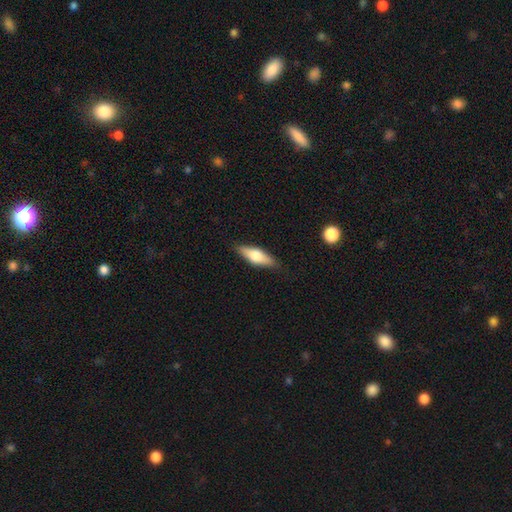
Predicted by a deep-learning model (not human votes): A smooth galaxy with no disk features (59%) that is in between round and cigar-shaped (55%).

Vote fractions:
- Smooth or featured? smooth: 59% / featured or disk: 35% / star or artifact: 6%
- How rounded? in between: 55% / cigar-shaped: 42% / round: 3%
- Merging? none: 86% / minor disturbance: 11% / major disturbance: 2% / merger: 1%